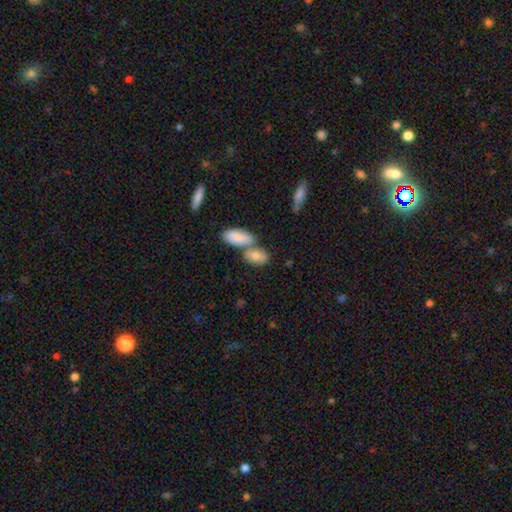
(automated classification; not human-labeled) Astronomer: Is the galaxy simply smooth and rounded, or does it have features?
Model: smooth — 81%.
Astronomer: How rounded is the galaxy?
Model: in between — 86%.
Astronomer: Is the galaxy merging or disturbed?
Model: merger — 47% (runner-up: none, 39%).